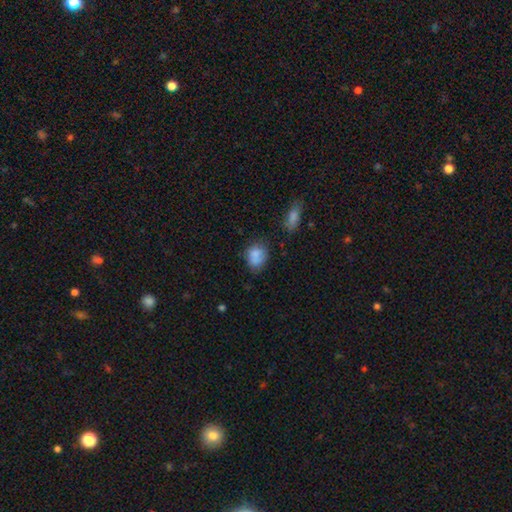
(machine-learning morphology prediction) type=smooth (76%); roundness=in between (56%); merging=none (48%).